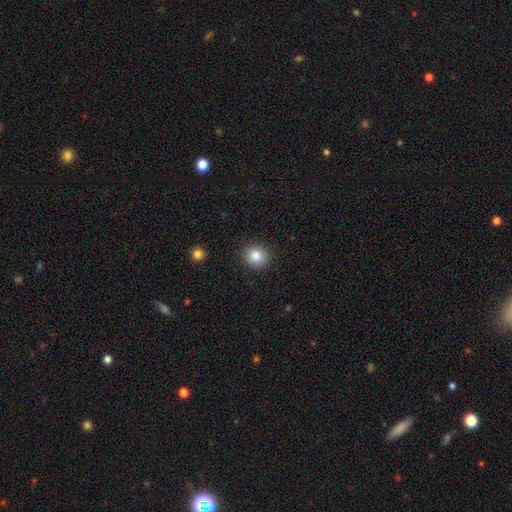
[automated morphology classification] smooth_or_featured: smooth (p=0.85) [alt: star or artifact p=0.10]
how_rounded: round (p=0.87) [alt: in between p=0.12]
merging: none (p=0.91) [alt: minor disturbance p=0.06]